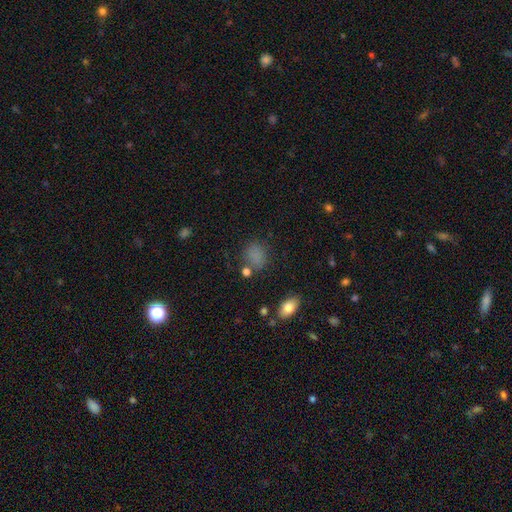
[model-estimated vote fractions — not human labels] Smooth or featured?
  - smooth: 77% *
  - star or artifact: 16%
  - featured or disk: 7%
How rounded?
  - round: 54% *
  - in between: 45%
  - cigar-shaped: 2%
Merging?
  - none: 68% *
  - minor disturbance: 18%
  - major disturbance: 8%
  - merger: 7%